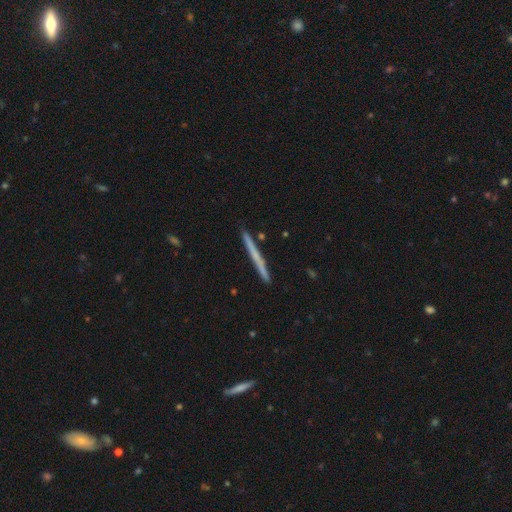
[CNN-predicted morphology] This is possibly a featured or disk galaxy (49%). Merging: clearly none (92%).